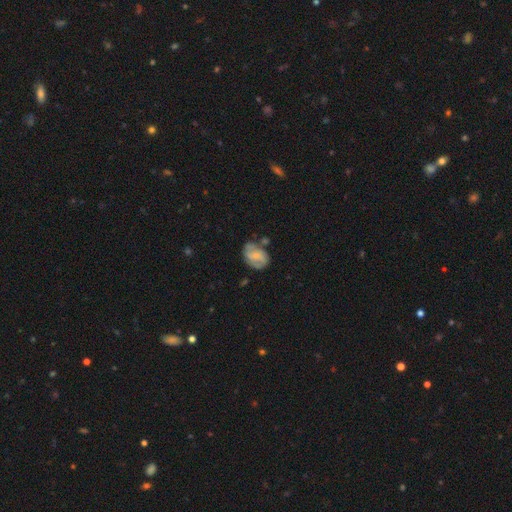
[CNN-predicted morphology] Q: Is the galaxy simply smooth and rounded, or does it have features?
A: featured or disk — 55%.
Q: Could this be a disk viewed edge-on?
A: no — 97%.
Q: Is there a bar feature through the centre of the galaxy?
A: no — 44%.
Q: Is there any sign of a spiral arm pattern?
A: yes — 75%.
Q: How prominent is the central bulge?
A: small — 62%.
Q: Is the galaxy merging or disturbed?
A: none — 56%.